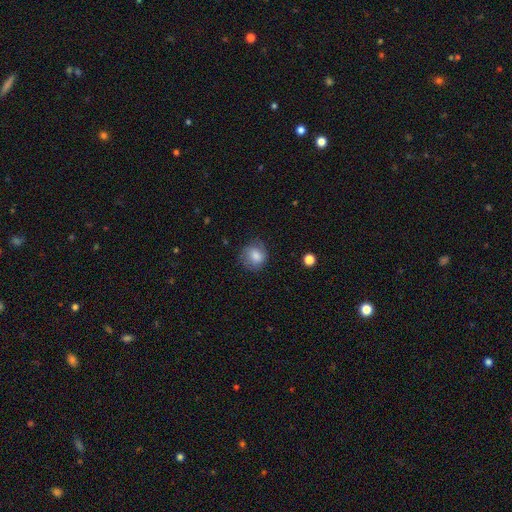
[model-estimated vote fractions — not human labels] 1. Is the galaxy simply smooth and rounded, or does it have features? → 73% smooth, 18% featured or disk, 9% star or artifact.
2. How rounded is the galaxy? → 75% round, 24% in between, 1% cigar-shaped.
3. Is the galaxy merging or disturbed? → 68% none, 22% minor disturbance, 9% major disturbance, 1% merger.